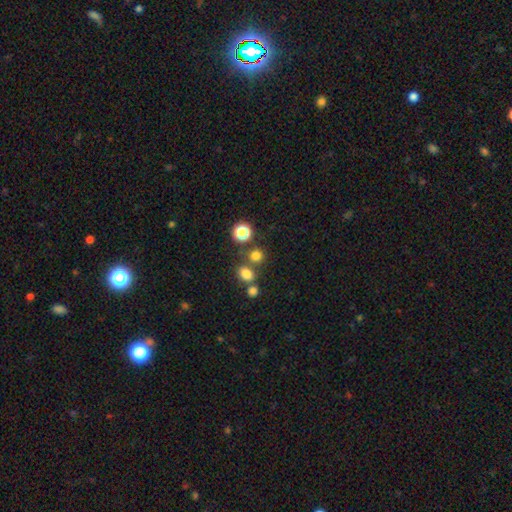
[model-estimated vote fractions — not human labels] The model was most divided on "merging": none: 67%, merger: 21%, minor disturbance: 9%, major disturbance: 4%. More confident: how rounded — round (76%); smooth or featured — smooth (75%).